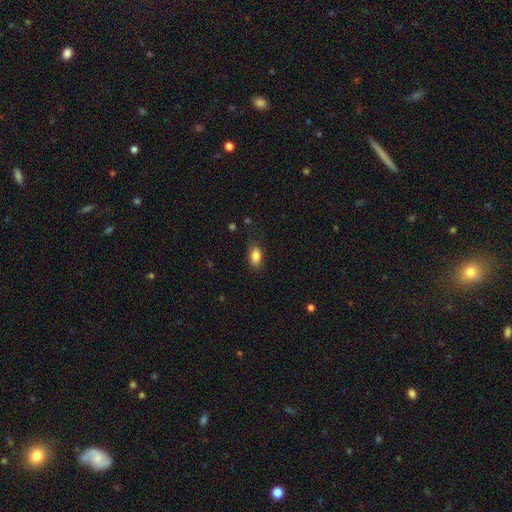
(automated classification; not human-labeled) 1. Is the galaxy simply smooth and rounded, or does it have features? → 85% smooth, 8% star or artifact, 7% featured or disk.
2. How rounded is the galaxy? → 89% in between, 8% round, 3% cigar-shaped.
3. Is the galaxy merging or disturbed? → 79% none, 16% minor disturbance, 4% major disturbance, 1% merger.